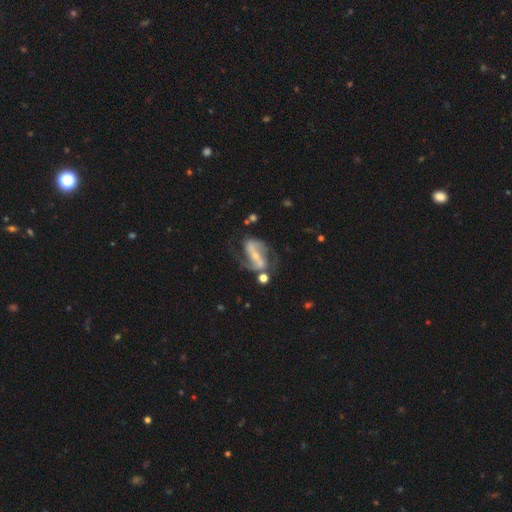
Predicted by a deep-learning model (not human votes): featured or disk 86%, smooth 8%, star or artifact 6%. Down the decision tree: edge-on disk — no (96%); bar — strong (62%); spiral arms — yes (94%); spiral arm count — 2 (90%); spiral winding — medium (45%); bulge size — small (66%); merging — none (60%).